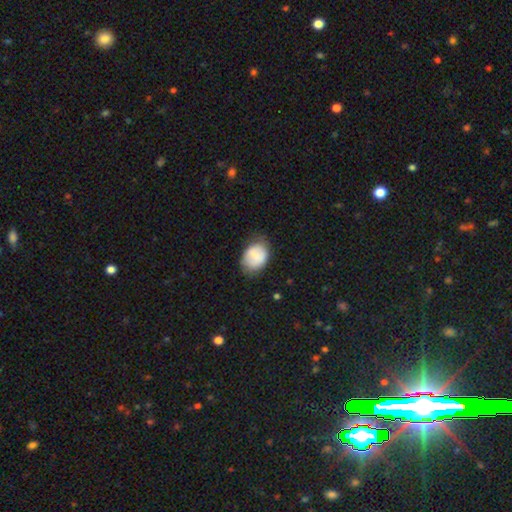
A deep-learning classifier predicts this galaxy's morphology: smooth-or-featured: smooth: 65% | featured or disk: 27% | star or artifact: 7%
  how-rounded: in between: 67% | round: 32% | cigar-shaped: 1%
  merging: none: 64% | minor disturbance: 26% | major disturbance: 8% | merger: 1%